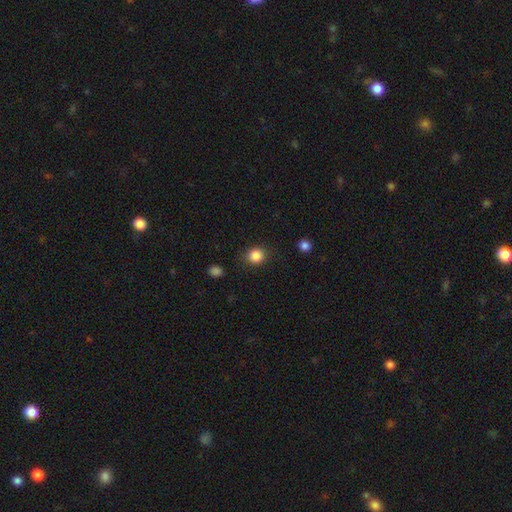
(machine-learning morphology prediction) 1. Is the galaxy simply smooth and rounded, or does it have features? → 86% smooth, 10% star or artifact, 4% featured or disk.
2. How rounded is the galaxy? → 80% round, 19% in between, 1% cigar-shaped.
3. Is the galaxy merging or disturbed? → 84% none, 10% minor disturbance, 3% major disturbance, 2% merger.